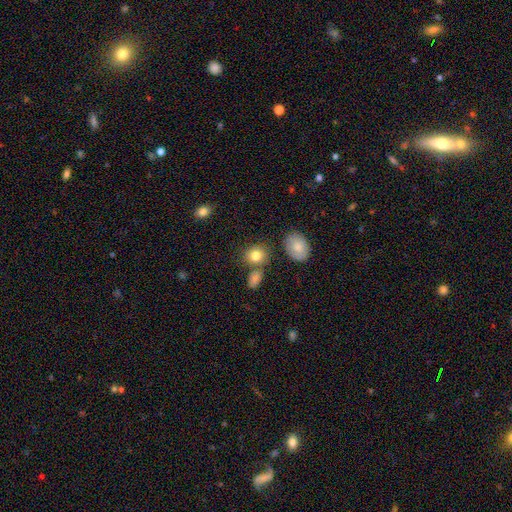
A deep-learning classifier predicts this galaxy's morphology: Smooth or featured? Predicted: smooth (p=0.81). How rounded? Predicted: round (p=0.64). Merging? Predicted: none (p=0.68).